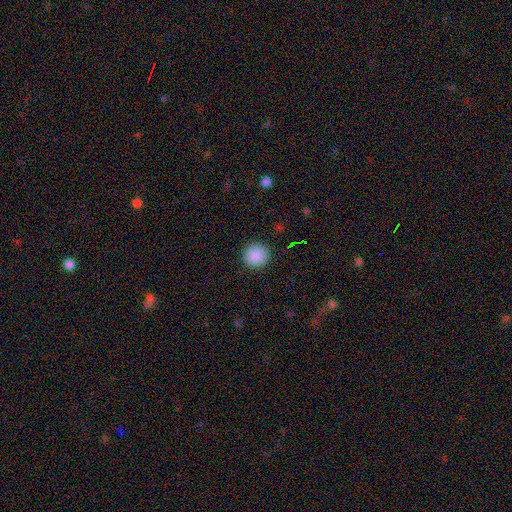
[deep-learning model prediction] smooth_or_featured: smooth (p=0.89) [alt: star or artifact p=0.09]
how_rounded: round (p=0.95) [alt: in between p=0.04]
merging: none (p=0.92) [alt: minor disturbance p=0.05]